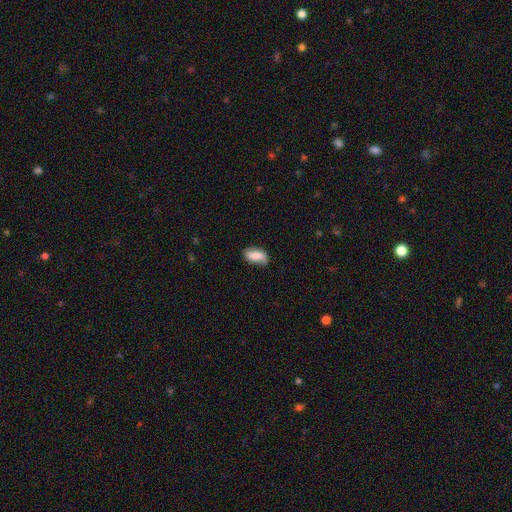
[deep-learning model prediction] Overall: smooth (69%). How rounded: in between (89%). Merging: none (72%).